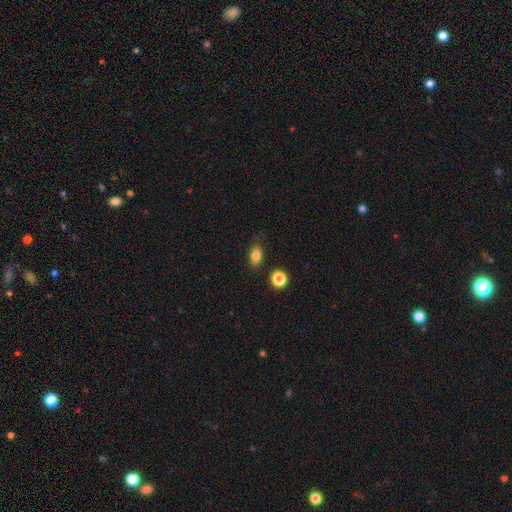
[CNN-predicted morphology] This is clearly a smooth galaxy (82%). How rounded: clearly in between (81%). Merging: clearly none (80%).